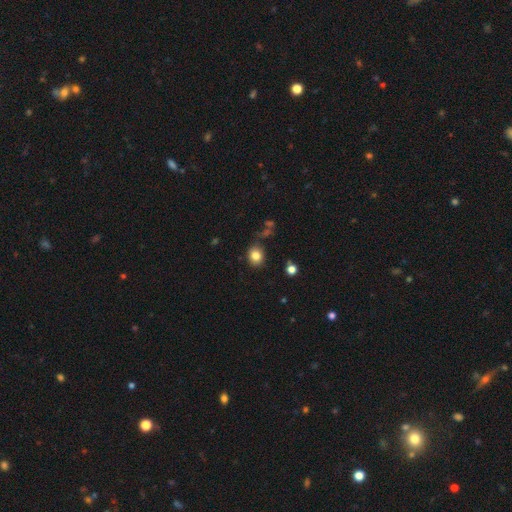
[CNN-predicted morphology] smooth 82%, star or artifact 11%, featured or disk 7%. Down the decision tree: how rounded — round (67%); merging — none (78%).